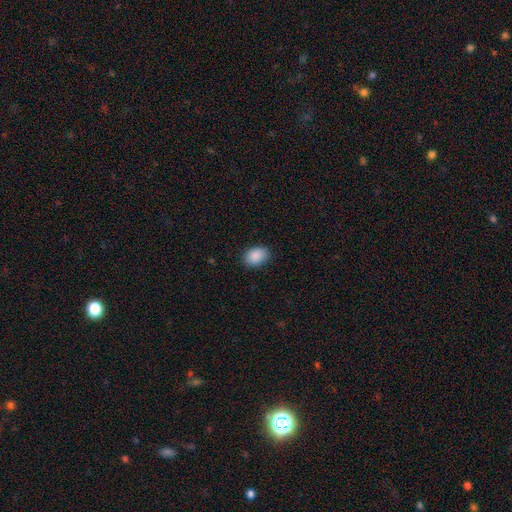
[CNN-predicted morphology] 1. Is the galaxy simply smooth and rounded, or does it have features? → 90% smooth, 7% star or artifact, 3% featured or disk.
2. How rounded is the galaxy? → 80% in between, 19% round, 1% cigar-shaped.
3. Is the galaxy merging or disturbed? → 86% none, 11% minor disturbance, 2% major disturbance, 1% merger.